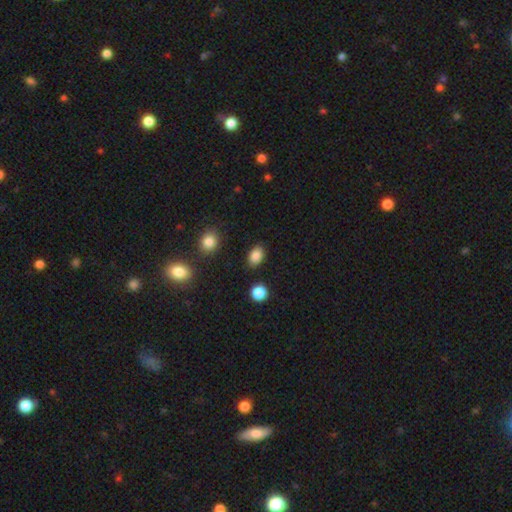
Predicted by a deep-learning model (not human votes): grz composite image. It shows a smooth galaxy with no disk features (86%) that is in between round and cigar-shaped (81%). Merging: none (87%).